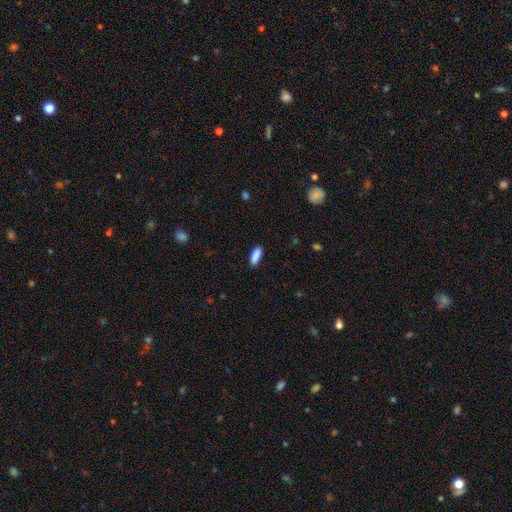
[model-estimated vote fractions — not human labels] A smooth galaxy with no disk features (89%) that is in between round and cigar-shaped (52%).

Vote fractions:
- Smooth or featured? smooth: 89% / star or artifact: 7% / featured or disk: 5%
- How rounded? in between: 52% / cigar-shaped: 47% / round: 2%
- Merging? none: 86% / minor disturbance: 10% / major disturbance: 2% / merger: 1%